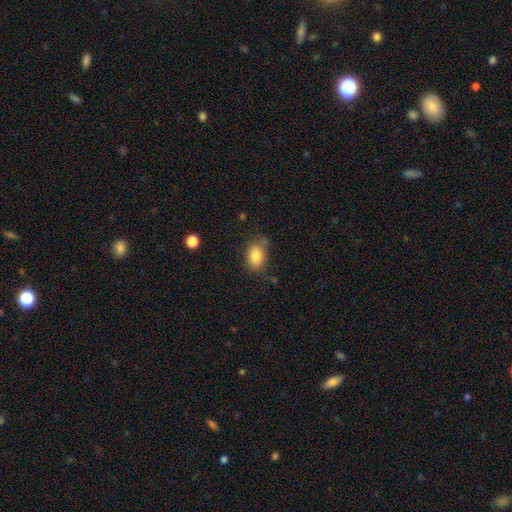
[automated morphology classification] Smooth or featured? Predicted: smooth (p=0.83). How rounded? Predicted: in between (p=0.81). Merging? Predicted: none (p=0.71).